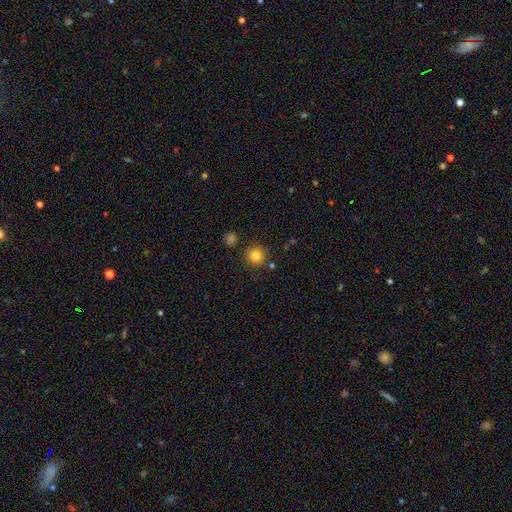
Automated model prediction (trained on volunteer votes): Smooth or featured? smooth (83%)
How rounded? round (94%)
Merging? none (86%)